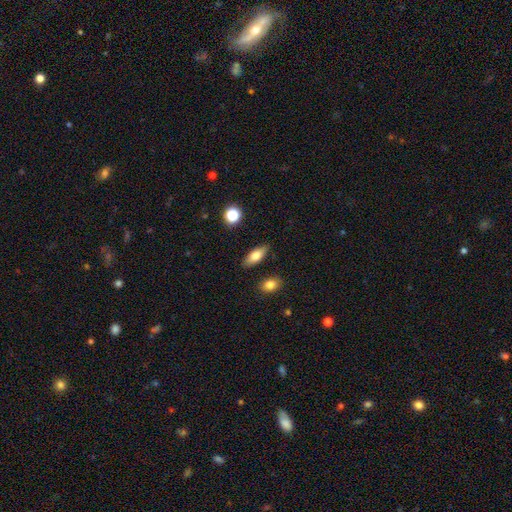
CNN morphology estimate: Smooth or featured?
  - smooth: 76% *
  - featured or disk: 17%
  - star or artifact: 8%
How rounded?
  - in between: 77% *
  - cigar-shaped: 20%
  - round: 4%
Merging?
  - none: 85% *
  - minor disturbance: 10%
  - merger: 3%
  - major disturbance: 2%